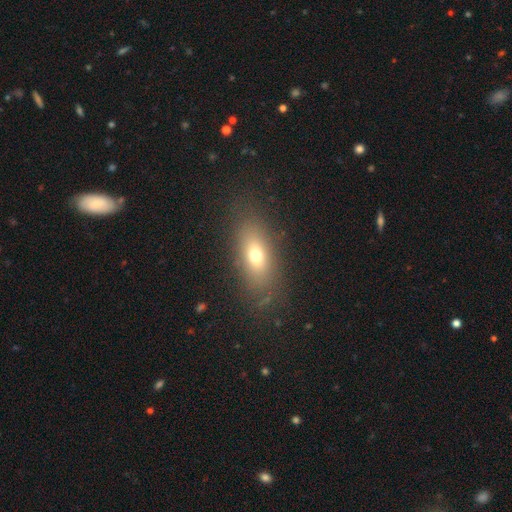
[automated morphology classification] smooth_or_featured: smooth (p=0.68) [alt: featured or disk p=0.21]
how_rounded: in between (p=0.78) [alt: cigar-shaped p=0.14]
merging: none (p=0.81) [alt: minor disturbance p=0.12]